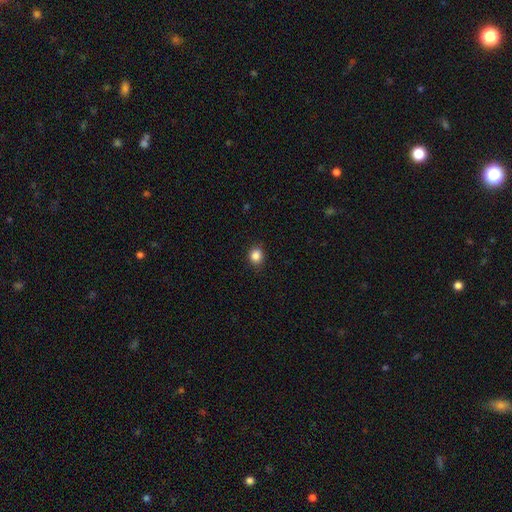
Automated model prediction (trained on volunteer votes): smooth_or_featured: smooth (p=0.86) [alt: star or artifact p=0.10]
how_rounded: round (p=0.69) [alt: in between p=0.30]
merging: none (p=0.83) [alt: minor disturbance p=0.13]